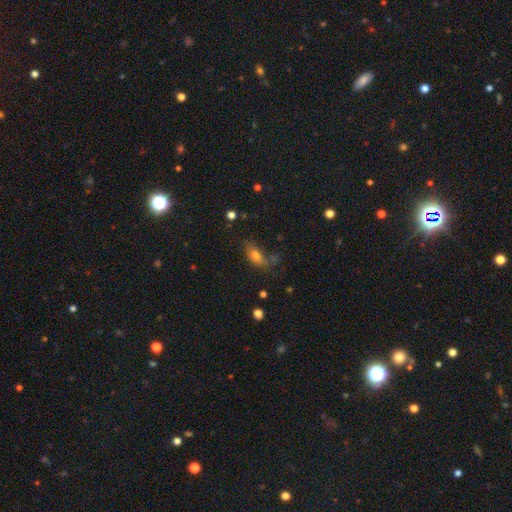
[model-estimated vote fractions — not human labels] Smooth or featured? Predicted: smooth (p=0.70). How rounded? Predicted: in between (p=0.79). Merging? Predicted: none (p=0.46).